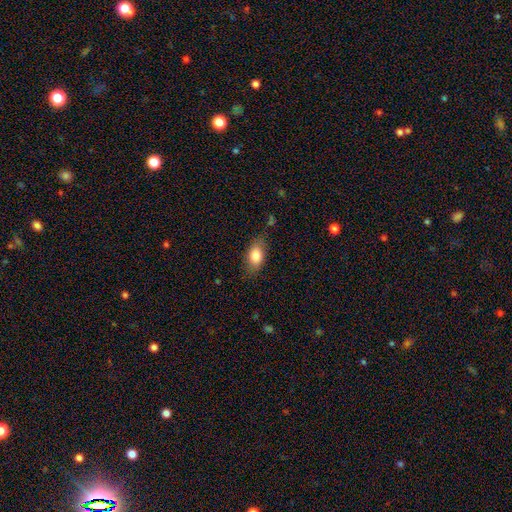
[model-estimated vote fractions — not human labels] Q: Smooth or featured?
A: smooth (82%); runner-up: featured or disk (11%)
Q: How rounded?
A: in between (87%); runner-up: round (8%)
Q: Merging?
A: none (76%); runner-up: minor disturbance (18%)